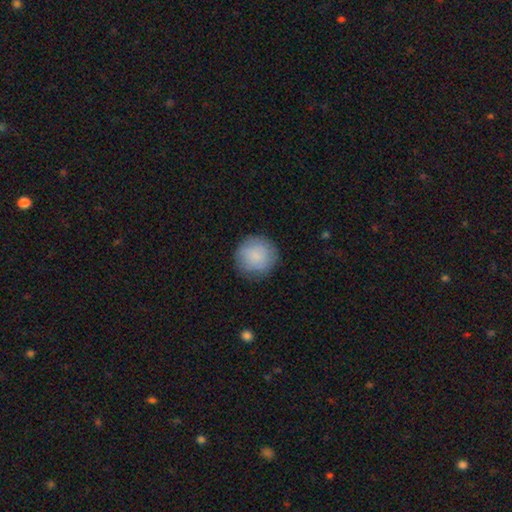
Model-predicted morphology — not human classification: Smooth or featured? smooth (86%)
How rounded? round (94%)
Merging? none (86%)